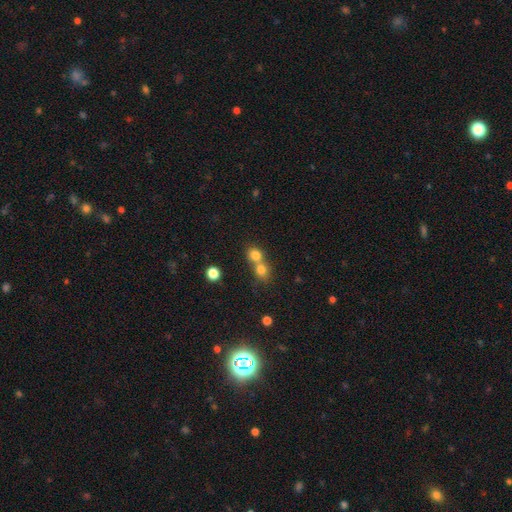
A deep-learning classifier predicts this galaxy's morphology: Q: Smooth or featured?
A: smooth (78%); runner-up: star or artifact (13%)
Q: How rounded?
A: round (76%); runner-up: in between (23%)
Q: Merging?
A: merger (58%); runner-up: none (35%)